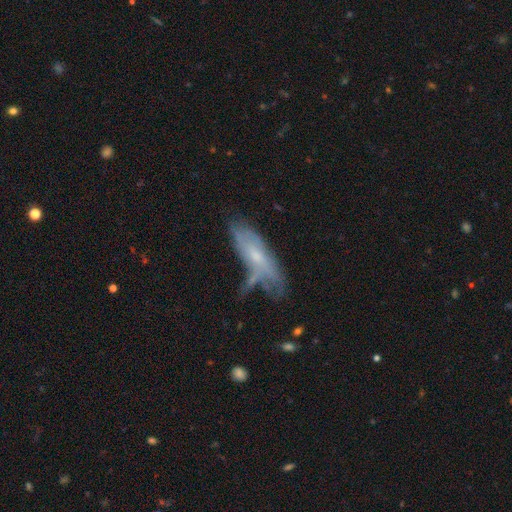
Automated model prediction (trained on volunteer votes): Smooth or featured?
  - featured or disk: 49% *
  - smooth: 42%
  - star or artifact: 9%
Merging?
  - none: 38% *
  - minor disturbance: 27%
  - major disturbance: 22%
  - merger: 12%